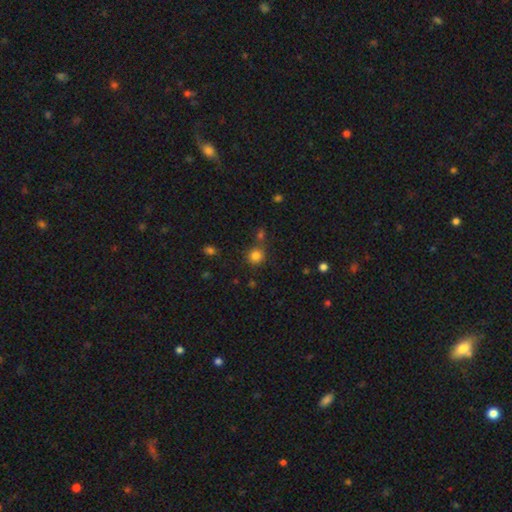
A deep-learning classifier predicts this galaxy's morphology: Q: Smooth or featured?
A: smooth (80%); runner-up: star or artifact (14%)
Q: How rounded?
A: round (89%); runner-up: in between (10%)
Q: Merging?
A: none (68%); runner-up: merger (16%)